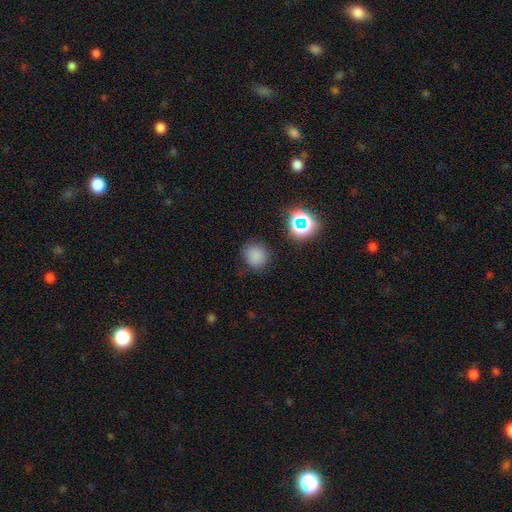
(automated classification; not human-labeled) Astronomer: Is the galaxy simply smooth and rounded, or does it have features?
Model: smooth — 77%.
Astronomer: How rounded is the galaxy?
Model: round — 83%.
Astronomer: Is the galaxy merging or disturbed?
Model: none — 83%.